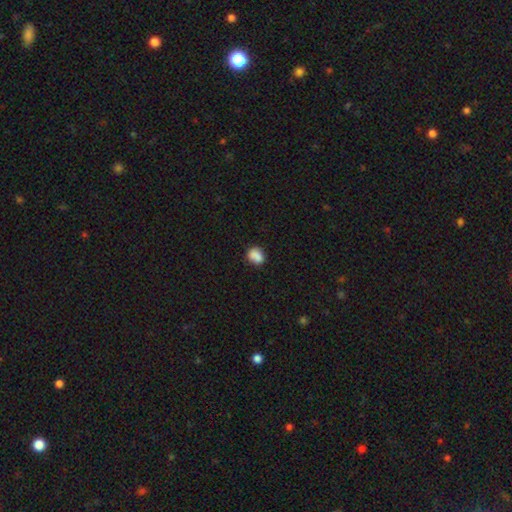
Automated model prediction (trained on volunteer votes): smooth_or_featured: smooth (p=0.84) [alt: star or artifact p=0.09]
how_rounded: in between (p=0.55) [alt: round p=0.43]
merging: none (p=0.66) [alt: minor disturbance p=0.21]